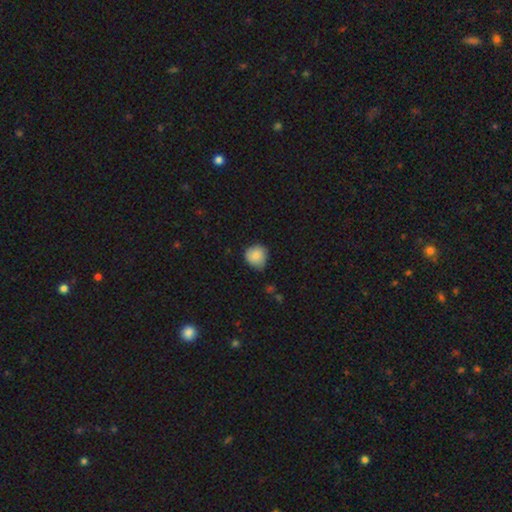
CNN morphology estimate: This appears to be a smooth galaxy with no disk features (84%) that is round (85%). Merging: none (61%).